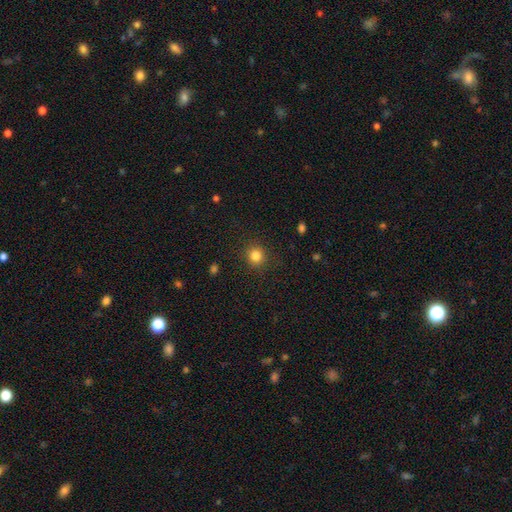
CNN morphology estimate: A smooth galaxy with no disk features (84%) that is round (90%).

Vote fractions:
- Smooth or featured? smooth: 84% / star or artifact: 12% / featured or disk: 4%
- How rounded? round: 90% / in between: 9% / cigar-shaped: 1%
- Merging? none: 89% / minor disturbance: 7% / major disturbance: 3% / merger: 1%